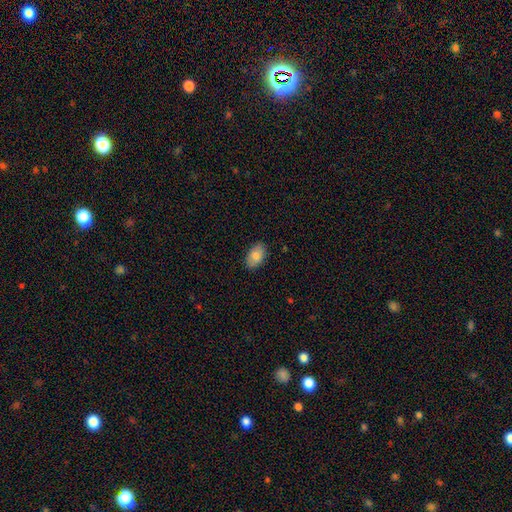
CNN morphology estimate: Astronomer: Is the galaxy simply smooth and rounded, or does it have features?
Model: smooth — 80%.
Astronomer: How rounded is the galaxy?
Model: in between — 93%.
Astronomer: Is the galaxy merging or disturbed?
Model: none — 87%.